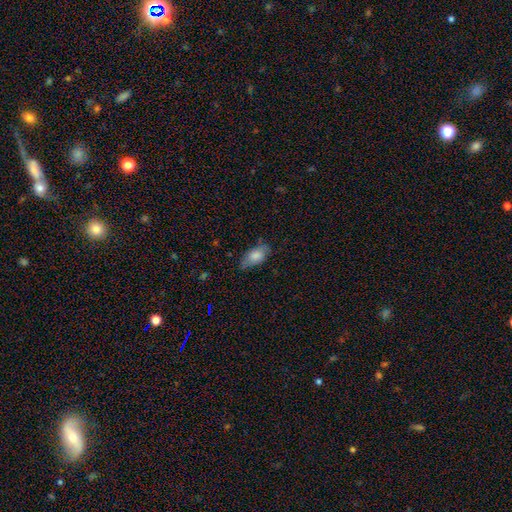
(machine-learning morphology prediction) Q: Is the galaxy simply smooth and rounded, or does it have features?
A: smooth — 78%.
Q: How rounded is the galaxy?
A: in between — 90%.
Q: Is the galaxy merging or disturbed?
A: none — 63%.